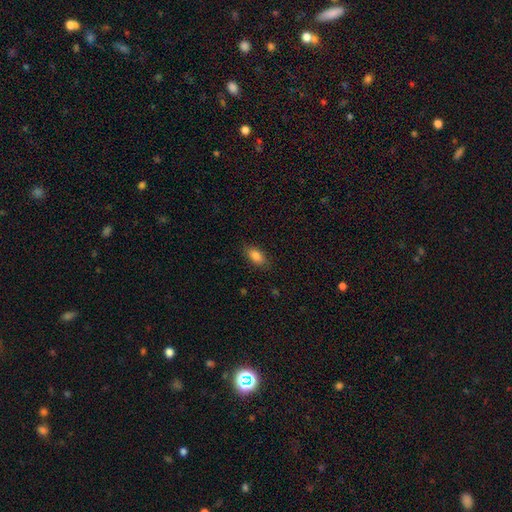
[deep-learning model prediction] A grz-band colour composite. It shows a smooth galaxy with no disk features (85%) that is in between round and cigar-shaped (90%). Merging: none (84%).